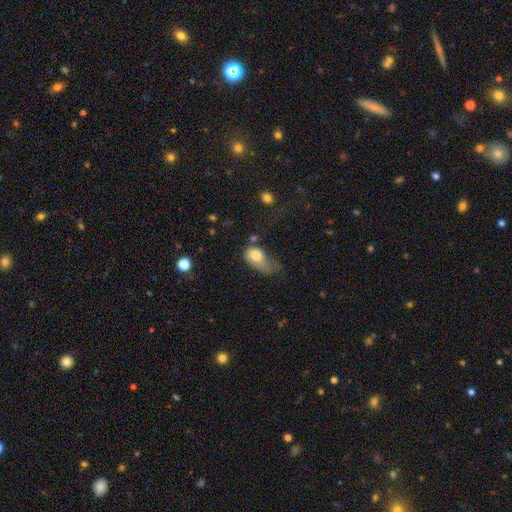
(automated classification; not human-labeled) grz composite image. It shows a smooth galaxy with no disk features (74%) that is in between round and cigar-shaped (77%). Merging: major disturbance (54%).